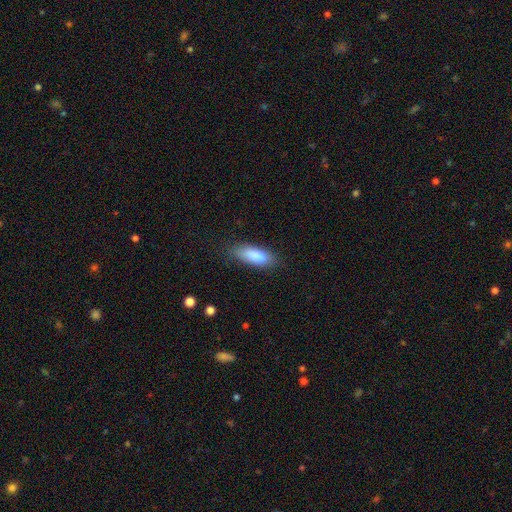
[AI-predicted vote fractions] smooth_or_featured: smooth (p=0.86) [alt: featured or disk p=0.08]
how_rounded: in between (p=0.63) [alt: cigar-shaped p=0.35]
merging: none (p=0.78) [alt: minor disturbance p=0.17]